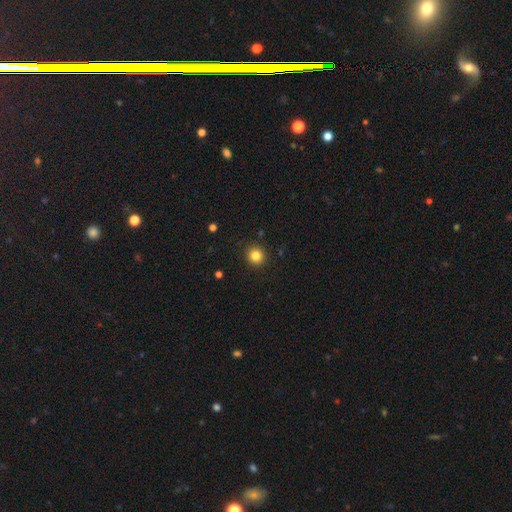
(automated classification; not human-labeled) This appears to be a smooth galaxy with no disk features (83%) that is round (92%). Merging: none (91%).